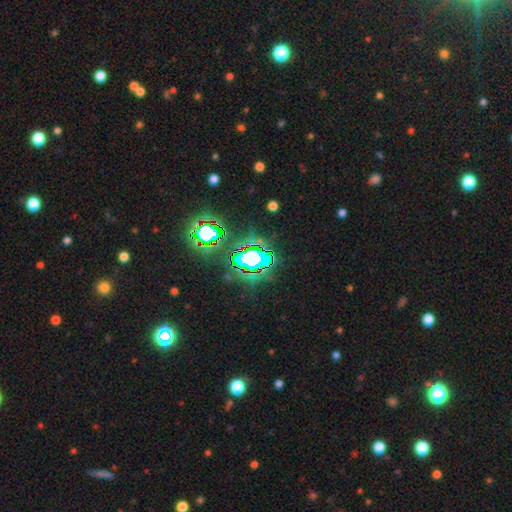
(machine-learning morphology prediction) Smooth or featured?
  - star or artifact: 79% *
  - smooth: 12%
  - featured or disk: 9%